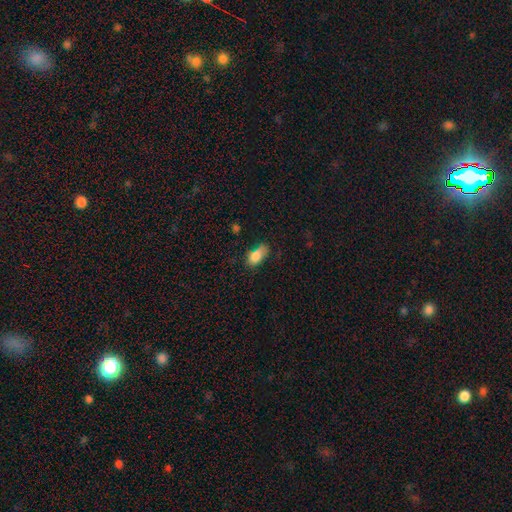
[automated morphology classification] Smooth or featured?
  - smooth: 81% *
  - featured or disk: 10%
  - star or artifact: 9%
How rounded?
  - in between: 86% *
  - round: 9%
  - cigar-shaped: 5%
Merging?
  - none: 43% *
  - minor disturbance: 34%
  - major disturbance: 15%
  - merger: 8%